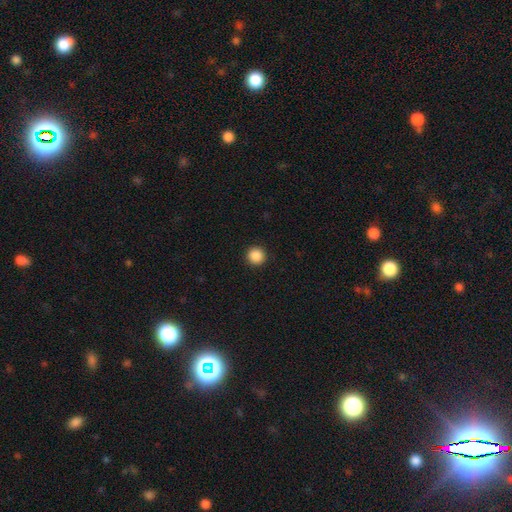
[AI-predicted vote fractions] Morphology: type=smooth (88%); roundness=round (96%); merging=none (93%).